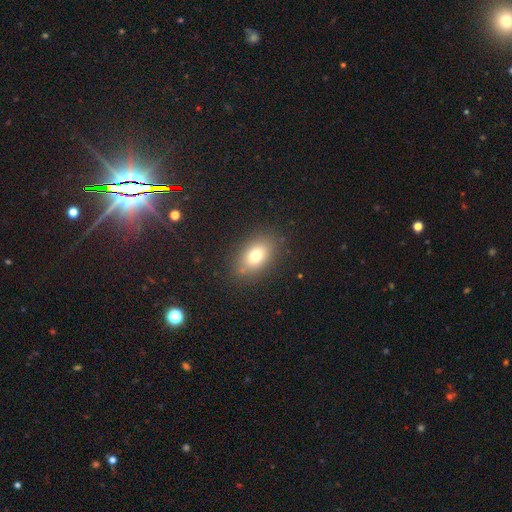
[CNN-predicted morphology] smooth-or-featured: smooth: 75% | featured or disk: 14% | star or artifact: 12%
  how-rounded: in between: 81% | round: 17% | cigar-shaped: 2%
  merging: none: 83% | minor disturbance: 11% | major disturbance: 4% | merger: 2%